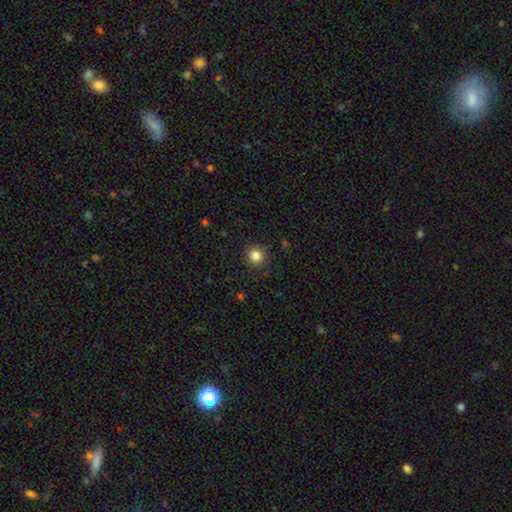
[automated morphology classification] A smooth galaxy with no disk features (84%) that is round (91%).

Vote fractions:
- Smooth or featured? smooth: 84% / star or artifact: 11% / featured or disk: 4%
- How rounded? round: 91% / in between: 8% / cigar-shaped: 1%
- Merging? none: 90% / minor disturbance: 6% / major disturbance: 2% / merger: 1%